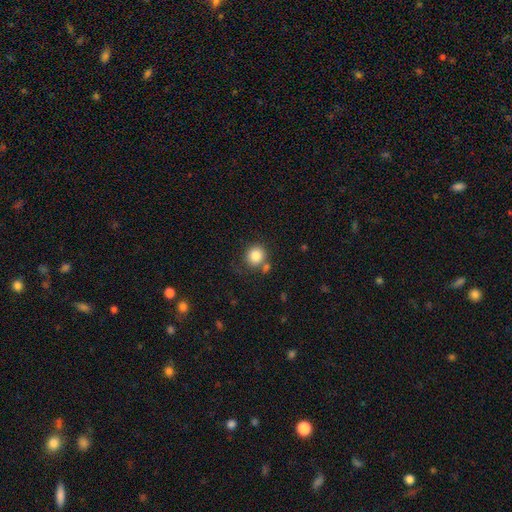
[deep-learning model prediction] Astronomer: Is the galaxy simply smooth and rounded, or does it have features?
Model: smooth — 84%.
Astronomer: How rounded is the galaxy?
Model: round — 89%.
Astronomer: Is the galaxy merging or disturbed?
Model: none — 69%.